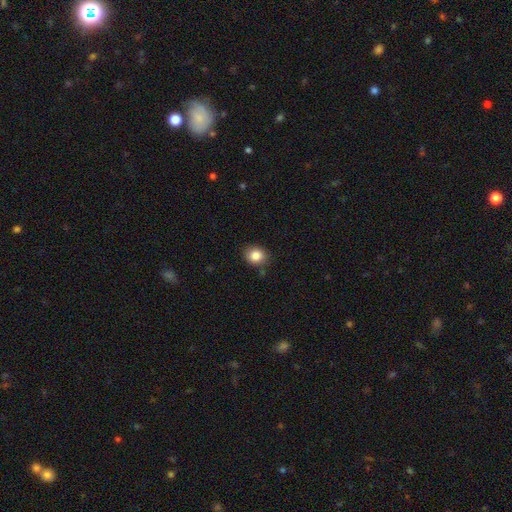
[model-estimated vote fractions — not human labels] A smooth galaxy with no disk features (85%) that is round (69%).

Vote fractions:
- Smooth or featured? smooth: 85% / star or artifact: 10% / featured or disk: 5%
- How rounded? round: 69% / in between: 31% / cigar-shaped: 1%
- Merging? none: 85% / minor disturbance: 11% / merger: 2% / major disturbance: 2%